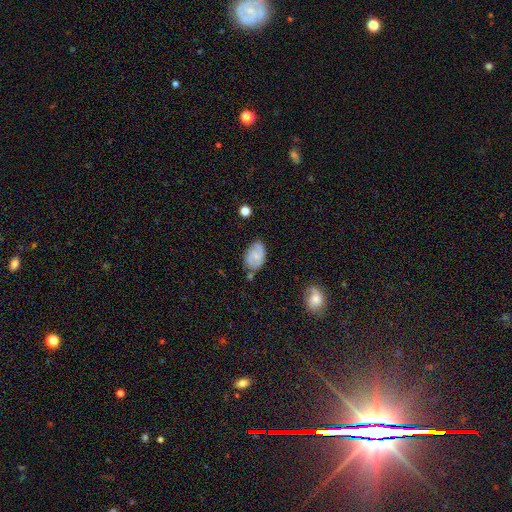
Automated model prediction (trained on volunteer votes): smooth-or-featured: smooth: 49% | featured or disk: 43% | star or artifact: 8%
  merging: none: 61% | minor disturbance: 26% | major disturbance: 6% | merger: 6%